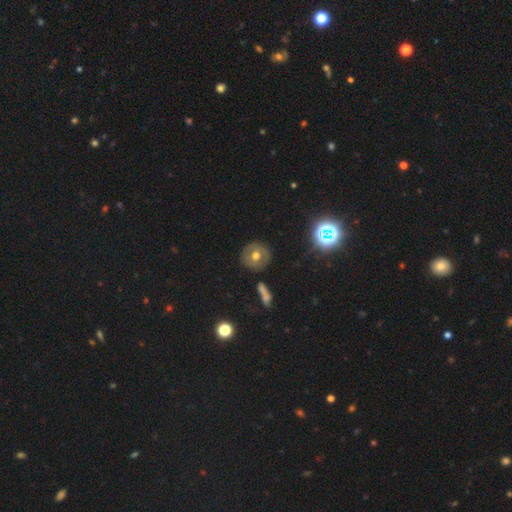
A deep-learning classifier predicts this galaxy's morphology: Smooth or featured? smooth (52%)
How rounded? round (91%)
Merging? none (84%)